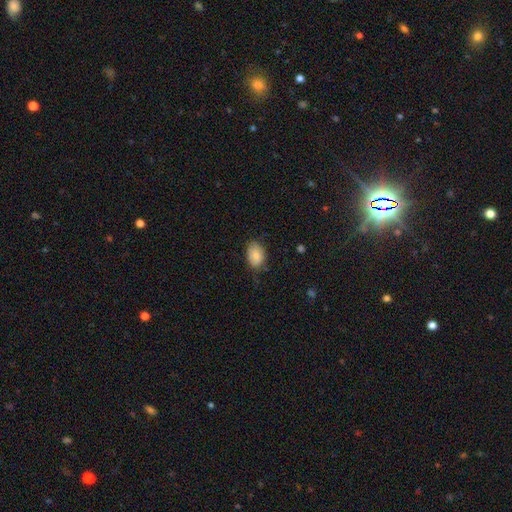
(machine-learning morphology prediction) Smooth or featured? Predicted: smooth (p=0.77). How rounded? Predicted: in between (p=0.84). Merging? Predicted: none (p=0.70).